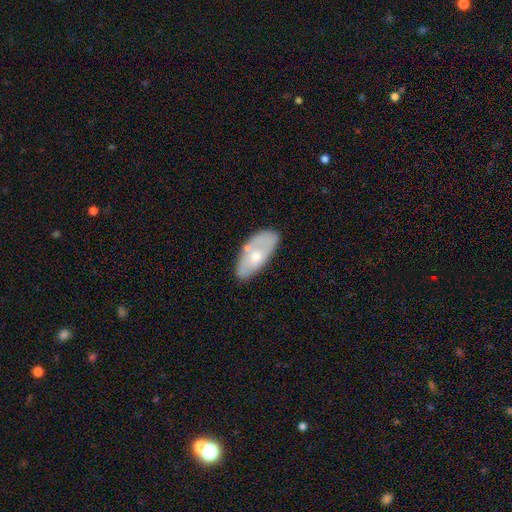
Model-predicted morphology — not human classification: Smooth or featured? Predicted: smooth (p=0.56). How rounded? Predicted: in between (p=0.88). Merging? Predicted: none (p=0.62).